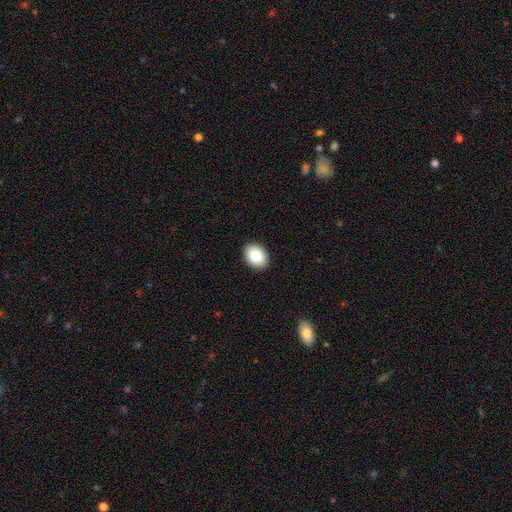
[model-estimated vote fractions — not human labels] Smooth or featured? Predicted: smooth (p=0.87). How rounded? Predicted: in between (p=0.73). Merging? Predicted: none (p=0.91).